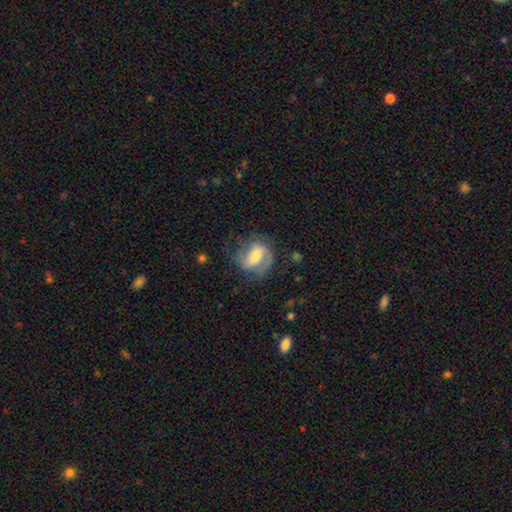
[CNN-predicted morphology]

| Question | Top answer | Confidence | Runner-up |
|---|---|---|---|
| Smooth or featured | featured or disk | 66% | smooth (26%) |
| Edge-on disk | no | 96% | yes (4%) |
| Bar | weak | 43% | strong (36%) |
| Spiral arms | yes | 87% | no (13%) |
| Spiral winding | medium | 46% | loose (28%) |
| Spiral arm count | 2 | 70% | 1 (15%) |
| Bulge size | moderate | 51% | small (30%) |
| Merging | none | 60% | minor disturbance (22%) |